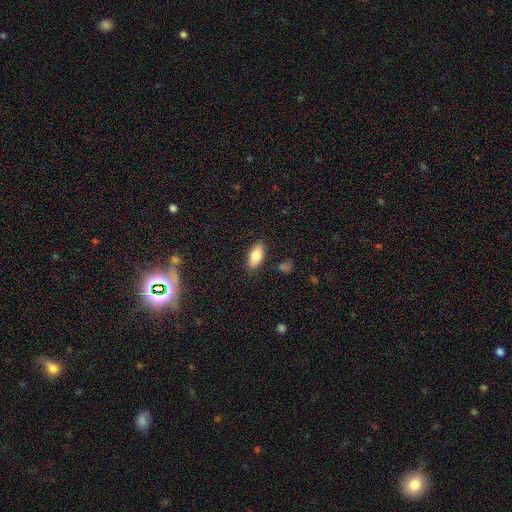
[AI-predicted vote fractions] This appears to be a smooth galaxy with no disk features (81%) that is in between round and cigar-shaped (87%). Merging: none (87%).